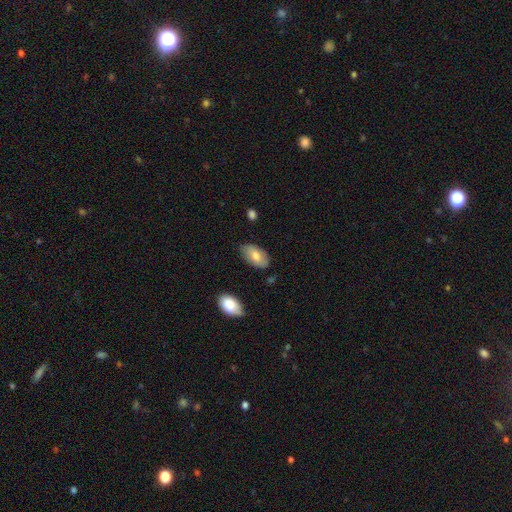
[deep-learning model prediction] Smooth or featured?
  - smooth: 76% *
  - featured or disk: 18%
  - star or artifact: 6%
How rounded?
  - in between: 95% *
  - round: 3%
  - cigar-shaped: 2%
Merging?
  - none: 77% *
  - minor disturbance: 18%
  - major disturbance: 3%
  - merger: 2%